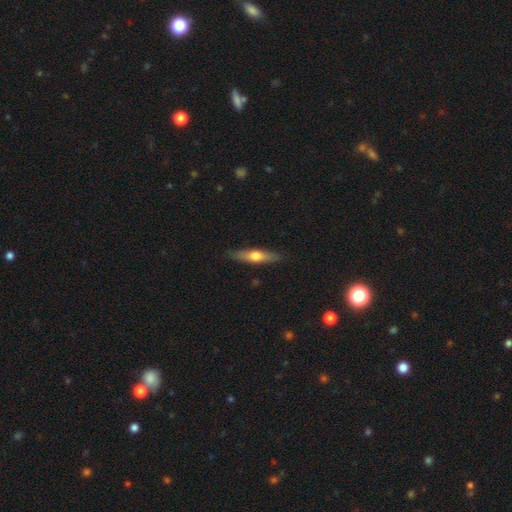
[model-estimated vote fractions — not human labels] Smooth or featured: smooth — 49% (featured or disk — 46%)
Merging: none — 87% (minor disturbance — 10%)